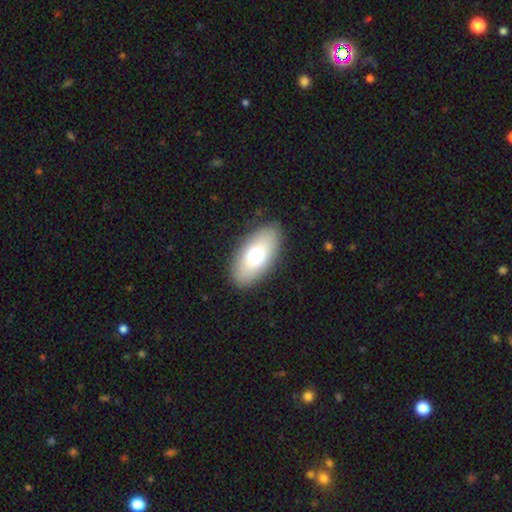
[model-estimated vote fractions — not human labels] Smooth or featured?
  - smooth: 69% *
  - featured or disk: 23%
  - star or artifact: 9%
How rounded?
  - in between: 90% *
  - round: 5%
  - cigar-shaped: 5%
Merging?
  - none: 88% *
  - minor disturbance: 8%
  - major disturbance: 3%
  - merger: 1%